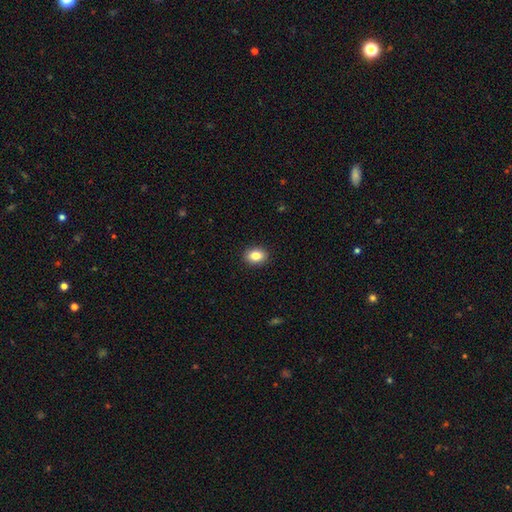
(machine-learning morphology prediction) This is clearly a smooth galaxy (83%). How rounded: likely in between (64%). Merging: clearly none (91%).